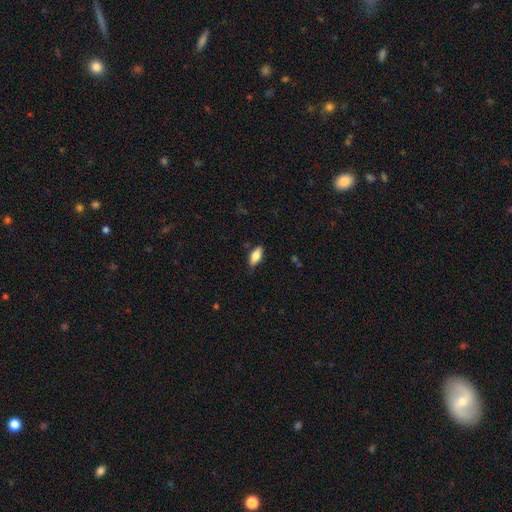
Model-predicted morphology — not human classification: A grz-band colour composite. It shows a smooth galaxy with no disk features (79%) that is in between round and cigar-shaped (85%). Merging: none (79%).